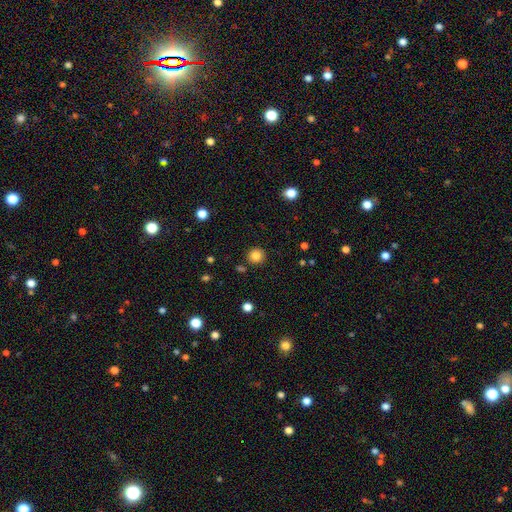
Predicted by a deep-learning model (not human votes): Smooth or featured: smooth — 84% (star or artifact — 11%)
How rounded: round — 94% (in between — 5%)
Merging: none — 89% (minor disturbance — 6%)